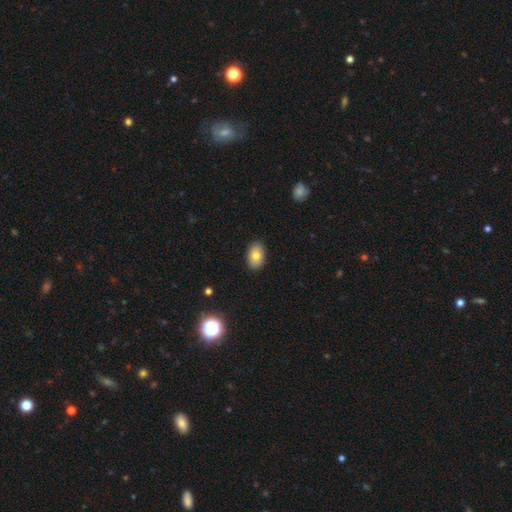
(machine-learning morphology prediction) smooth 78%, featured or disk 13%, star or artifact 9%. Down the decision tree: how rounded — in between (89%); merging — none (88%).